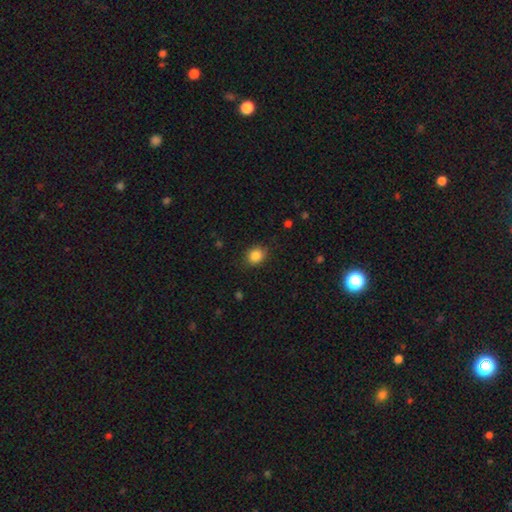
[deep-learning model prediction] This is clearly a smooth galaxy (86%). How rounded: likely round (61%). Merging: clearly none (84%).